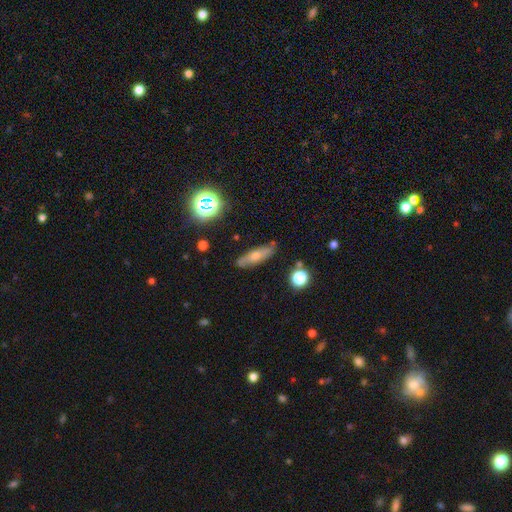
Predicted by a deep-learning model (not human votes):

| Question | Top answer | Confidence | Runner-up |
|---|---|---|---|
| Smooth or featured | smooth | 55% | featured or disk (34%) |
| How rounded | cigar-shaped | 56% | in between (40%) |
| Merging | none | 79% | minor disturbance (15%) |